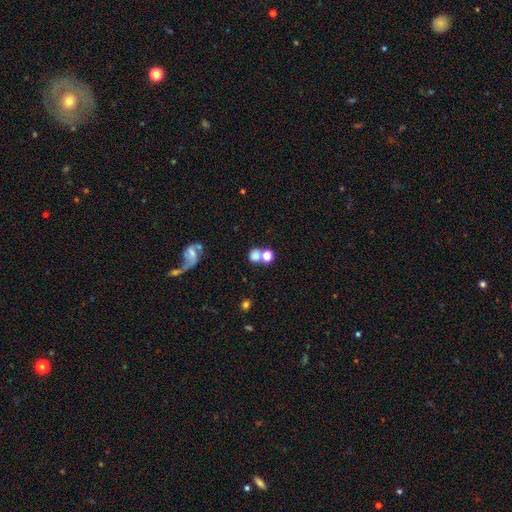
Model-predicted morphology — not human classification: Overall: smooth (73%). How rounded: round (74%). Merging: merger (42%; none 41%).